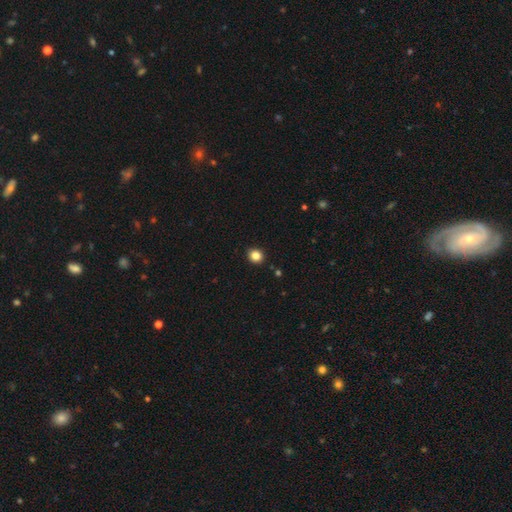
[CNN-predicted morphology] smooth 84%, star or artifact 11%, featured or disk 4%. Down the decision tree: how rounded — round (79%); merging — none (91%).